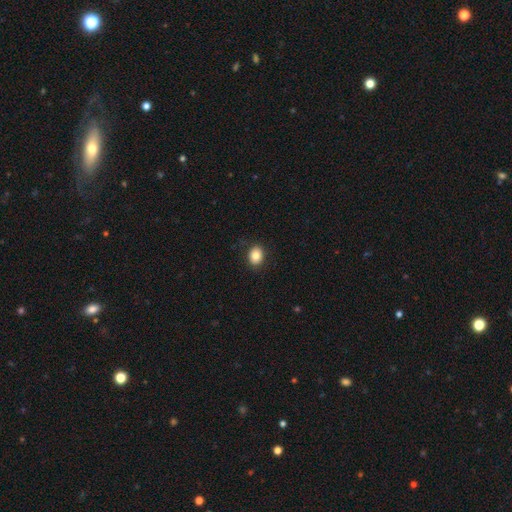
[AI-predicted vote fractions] smooth_or_featured: smooth (p=0.84) [alt: star or artifact p=0.09]
how_rounded: in between (p=0.51) [alt: round p=0.48]
merging: none (p=0.87) [alt: minor disturbance p=0.09]